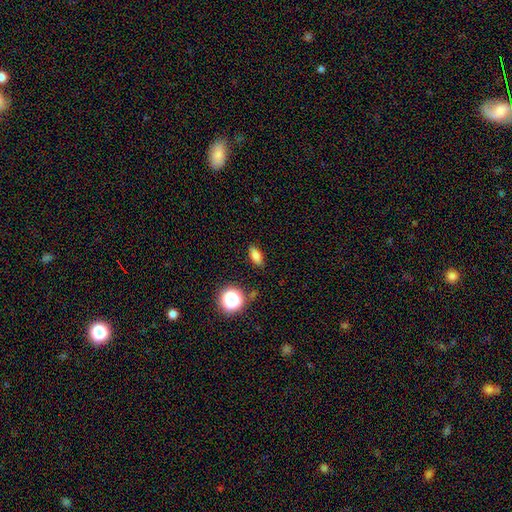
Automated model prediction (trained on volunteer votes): This appears to be a smooth galaxy with no disk features (79%) that is in between round and cigar-shaped (74%). Merging: none (85%).